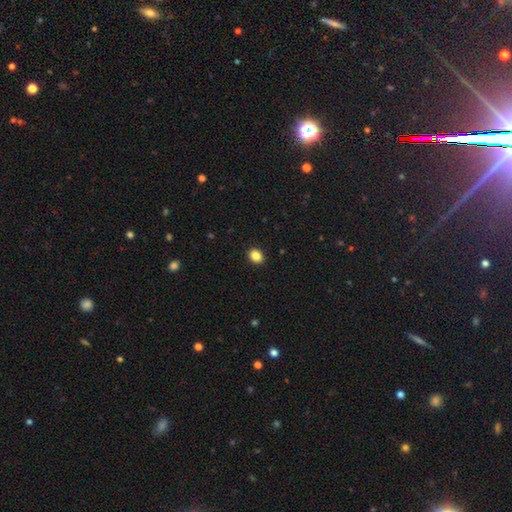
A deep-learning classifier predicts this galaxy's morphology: Smooth or featured? Predicted: smooth (p=0.86). How rounded? Predicted: in between (p=0.54). Merging? Predicted: none (p=0.91).